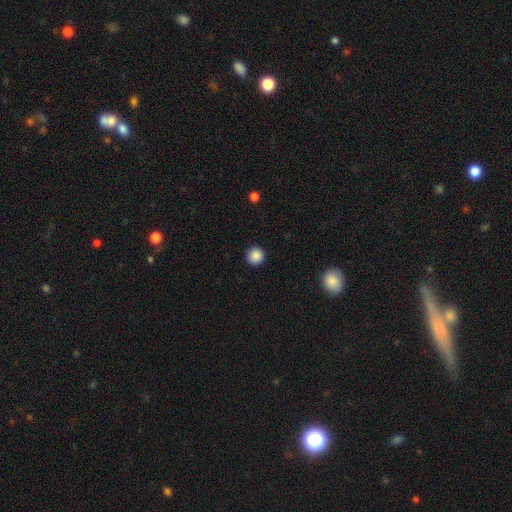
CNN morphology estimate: smooth-or-featured: smooth: 88% | star or artifact: 10% | featured or disk: 3%
  how-rounded: round: 96% | in between: 3% | cigar-shaped: 1%
  merging: none: 92% | minor disturbance: 5% | major disturbance: 2% | merger: 1%